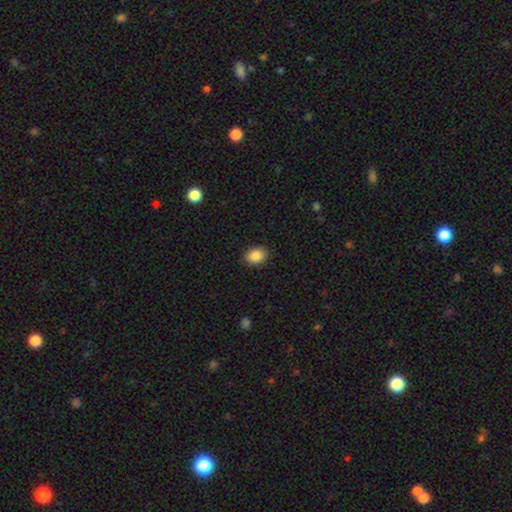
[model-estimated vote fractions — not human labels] smooth_or_featured: smooth (p=0.88) [alt: star or artifact p=0.08]
how_rounded: in between (p=0.67) [alt: round p=0.32]
merging: none (p=0.89) [alt: minor disturbance p=0.08]